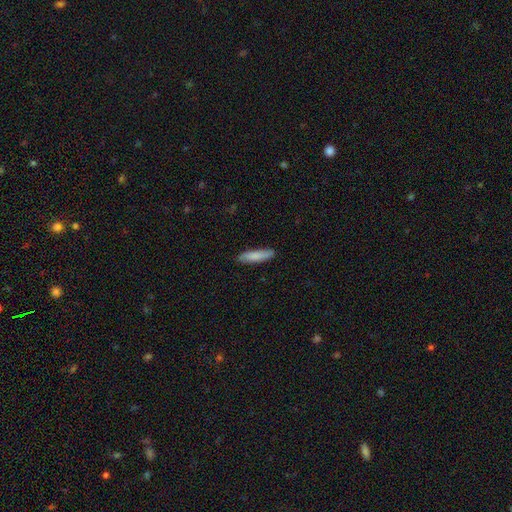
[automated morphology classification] A smooth galaxy with no disk features (83%) that is cigar-shaped (79%).

Vote fractions:
- Smooth or featured? smooth: 83% / featured or disk: 12% / star or artifact: 5%
- How rounded? cigar-shaped: 79% / in between: 20% / round: 1%
- Merging? none: 86% / minor disturbance: 11% / major disturbance: 2% / merger: 1%